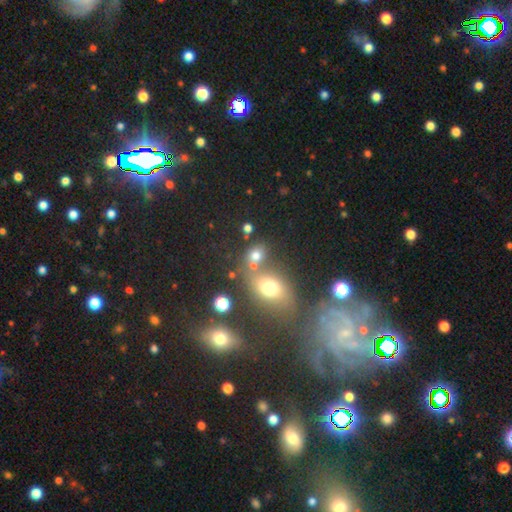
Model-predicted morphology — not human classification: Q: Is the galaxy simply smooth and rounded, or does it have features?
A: smooth — 69%.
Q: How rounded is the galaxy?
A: round — 56%.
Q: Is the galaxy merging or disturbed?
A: none — 51%.